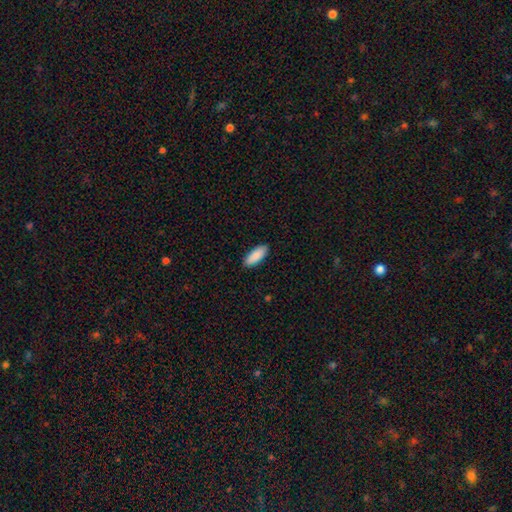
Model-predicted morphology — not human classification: type=smooth (90%); roundness=in between (77%); merging=none (89%).